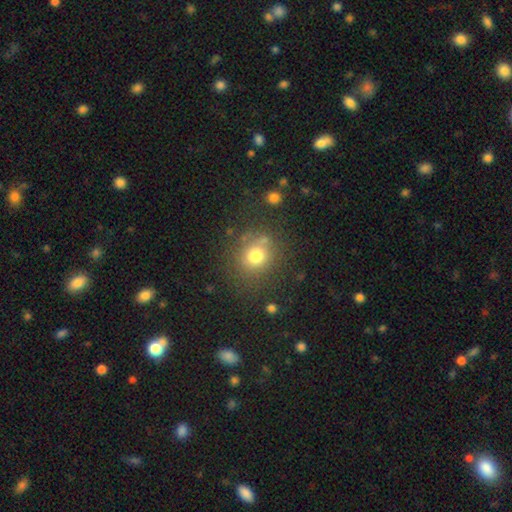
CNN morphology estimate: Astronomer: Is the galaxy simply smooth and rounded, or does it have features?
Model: smooth — 75%.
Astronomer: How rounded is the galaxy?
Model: round — 82%.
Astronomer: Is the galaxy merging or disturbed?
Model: none — 75%.